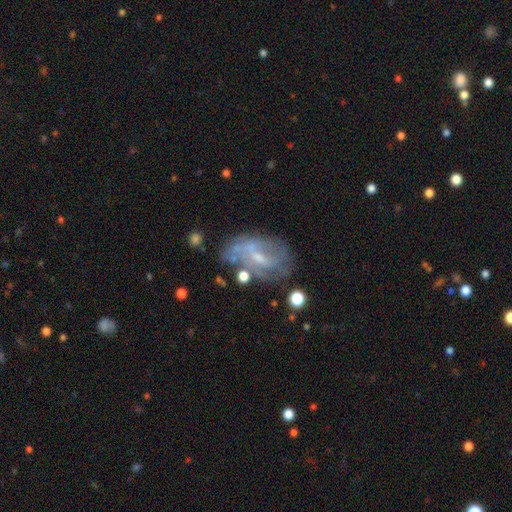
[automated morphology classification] A featured or disk galaxy (65%) with a weak bar (48%), spiral arms (56%) and a small central bulge (54%). Merging: none (50%).